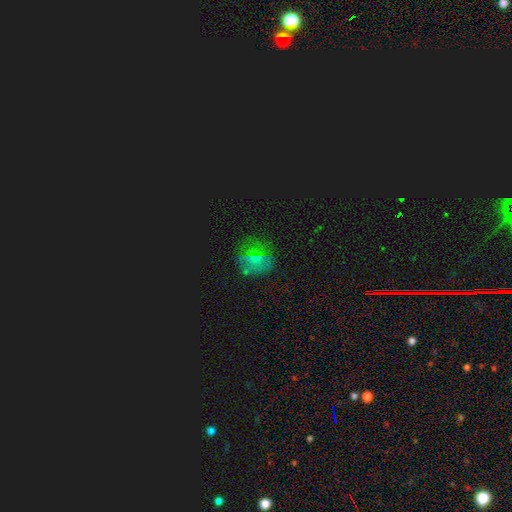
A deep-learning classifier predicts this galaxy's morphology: Smooth or featured? smooth (40%)
Merging? none (66%)